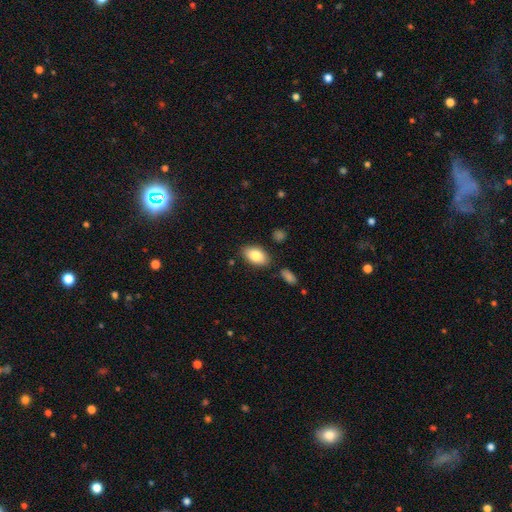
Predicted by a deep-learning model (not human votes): smooth-or-featured: smooth: 83% | featured or disk: 10% | star or artifact: 7%
  how-rounded: in between: 93% | round: 5% | cigar-shaped: 2%
  merging: none: 82% | minor disturbance: 11% | merger: 4% | major disturbance: 3%